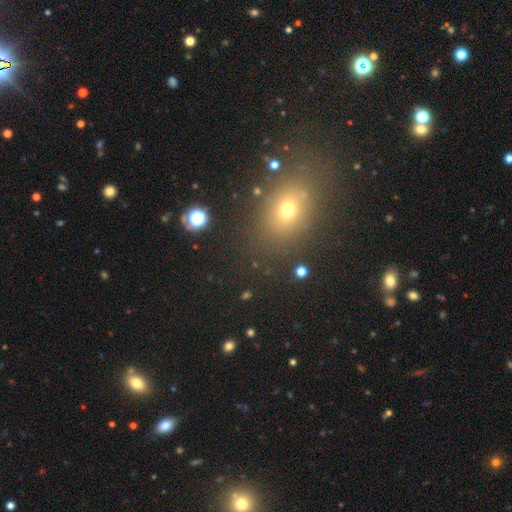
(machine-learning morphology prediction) Smooth or featured? smooth (60%)
How rounded? in between (62%)
Merging? none (84%)